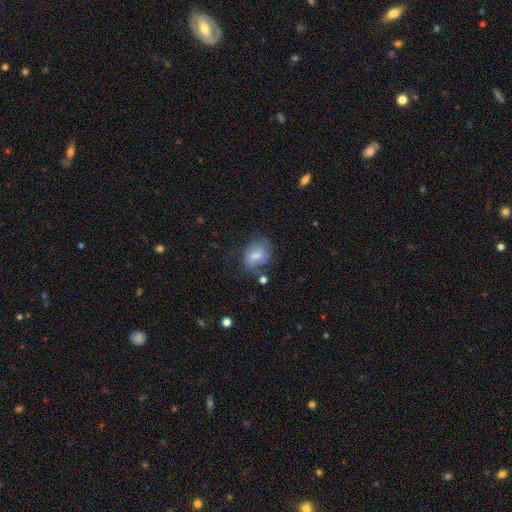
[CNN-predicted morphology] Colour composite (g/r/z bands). It shows a smooth galaxy with no disk features (50%). Merging: none (56%).